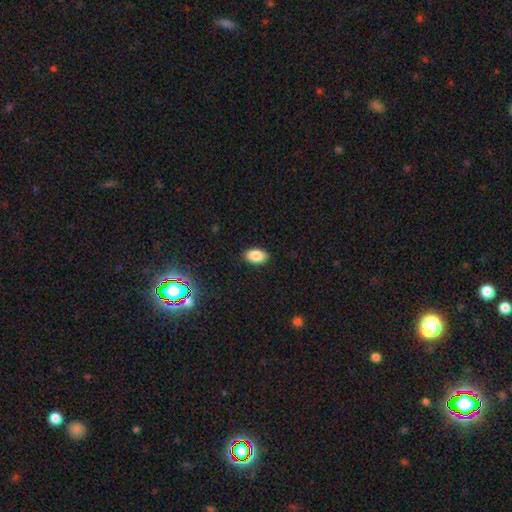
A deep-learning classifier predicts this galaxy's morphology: Smooth or featured: smooth — 85% (star or artifact — 9%)
How rounded: in between — 91% (round — 7%)
Merging: none — 89% (minor disturbance — 8%)